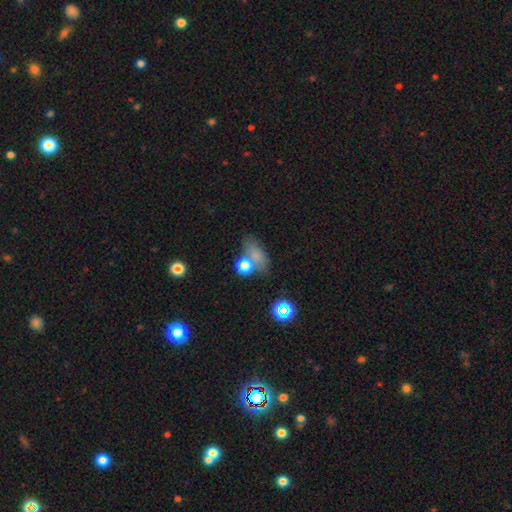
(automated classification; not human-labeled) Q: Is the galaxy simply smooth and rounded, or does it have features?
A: smooth — 71%.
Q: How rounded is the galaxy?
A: in between — 68%.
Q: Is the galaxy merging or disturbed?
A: none — 52%.